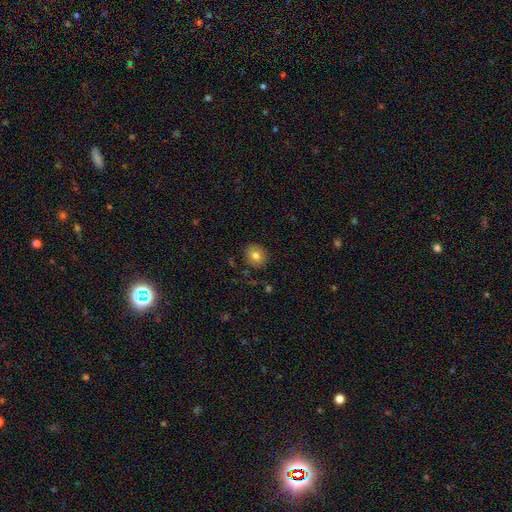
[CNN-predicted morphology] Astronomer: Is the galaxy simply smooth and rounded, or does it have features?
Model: smooth — 79%.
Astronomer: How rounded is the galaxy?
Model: round — 72%.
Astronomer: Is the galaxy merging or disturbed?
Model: none — 86%.